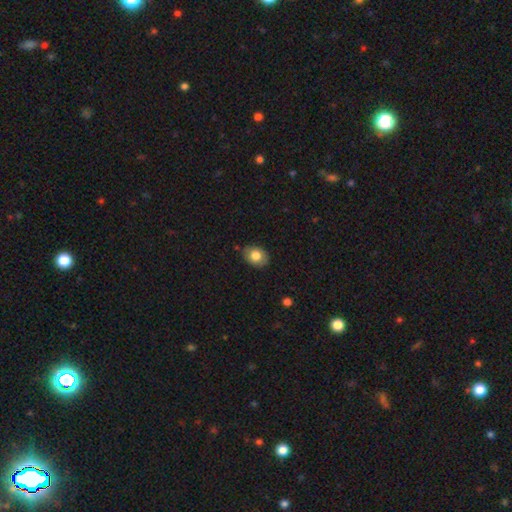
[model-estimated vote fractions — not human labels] A smooth galaxy with no disk features (77%) that is in between round and cigar-shaped (59%).

Vote fractions:
- Smooth or featured? smooth: 77% / featured or disk: 15% / star or artifact: 8%
- How rounded? in between: 59% / round: 40% / cigar-shaped: 1%
- Merging? none: 79% / minor disturbance: 16% / major disturbance: 3% / merger: 2%